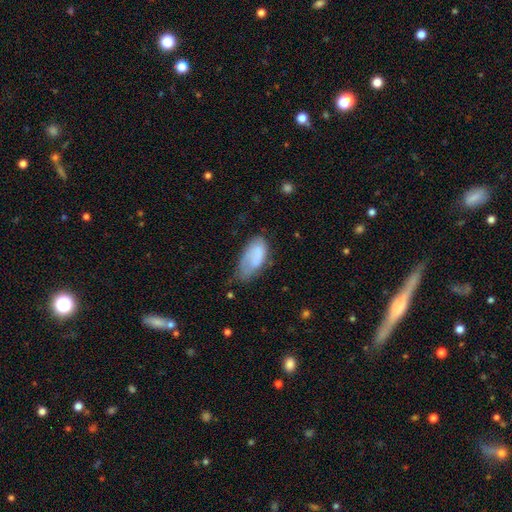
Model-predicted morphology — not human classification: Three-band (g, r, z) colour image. It shows a smooth galaxy with no disk features (73%) that is in between round and cigar-shaped (93%). Merging: minor disturbance (40%).